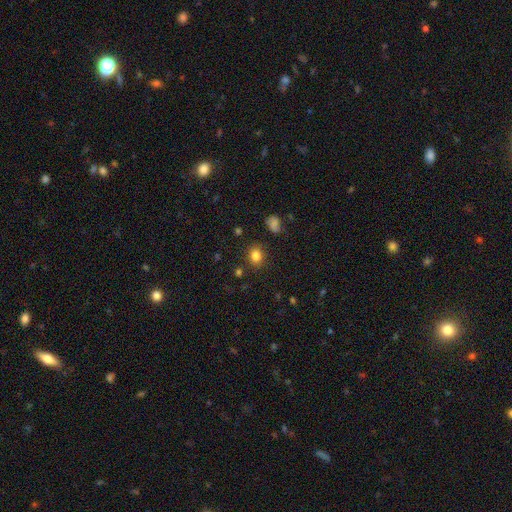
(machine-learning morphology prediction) Smooth or featured? smooth (82%)
How rounded? round (69%)
Merging? none (84%)